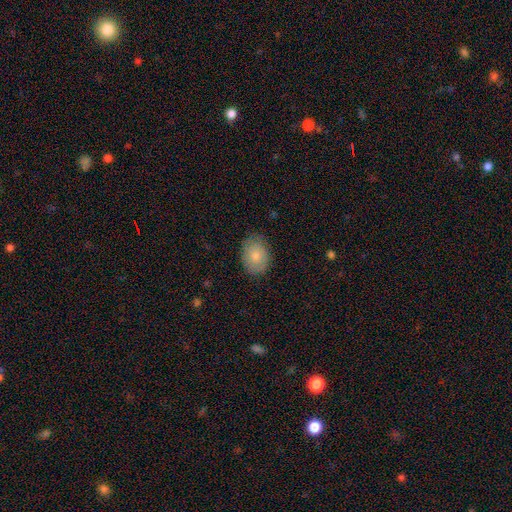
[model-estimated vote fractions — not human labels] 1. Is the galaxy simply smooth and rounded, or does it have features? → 77% smooth, 16% featured or disk, 7% star or artifact.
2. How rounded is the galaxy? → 68% in between, 31% round, 1% cigar-shaped.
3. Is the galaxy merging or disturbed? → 80% none, 16% minor disturbance, 3% major disturbance, 1% merger.